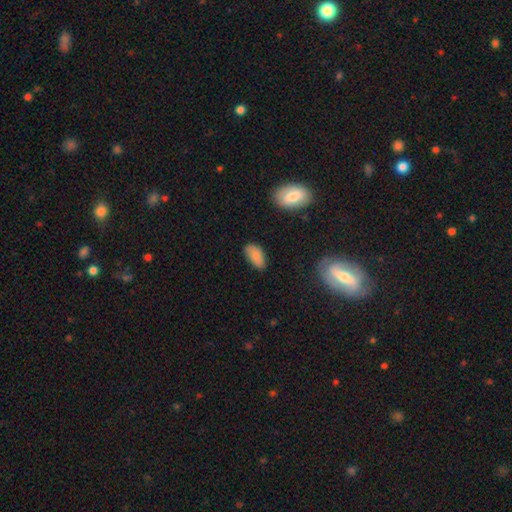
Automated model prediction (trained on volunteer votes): Smooth or featured: smooth — 83% (featured or disk — 9%)
How rounded: in between — 94% (cigar-shaped — 3%)
Merging: none — 75% (minor disturbance — 20%)